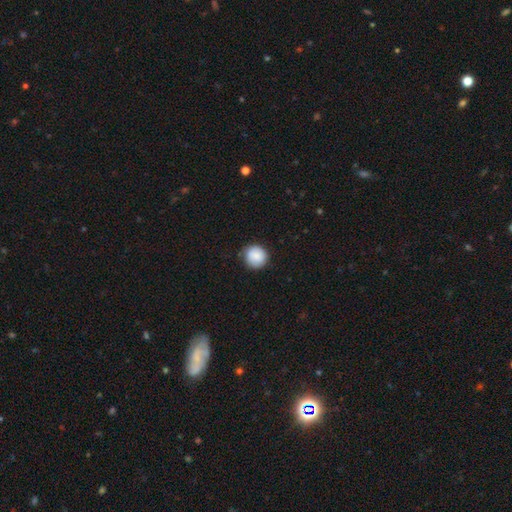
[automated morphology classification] Smooth or featured: smooth — 87% (star or artifact — 7%)
How rounded: round — 93% (in between — 6%)
Merging: none — 86% (minor disturbance — 10%)